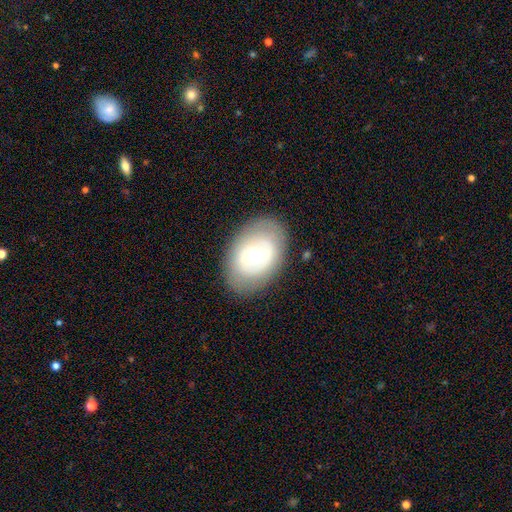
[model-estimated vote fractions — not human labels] featured or disk 58%, smooth 35%, star or artifact 7%. Down the decision tree: edge-on disk — no (92%); bar — weak (41%); spiral arms — no (68%); bulge size — moderate (66%); merging — none (80%).